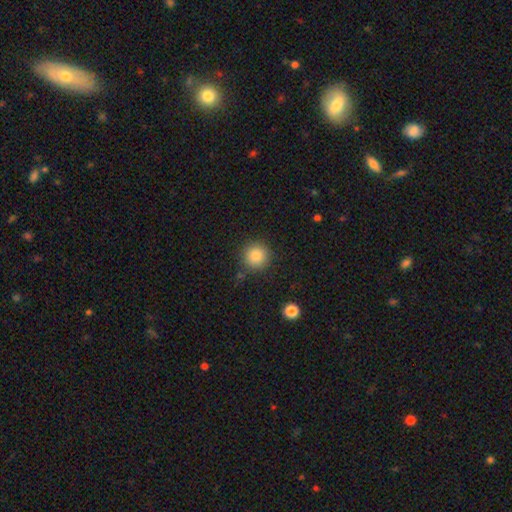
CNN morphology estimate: smooth 85%, star or artifact 10%, featured or disk 5%. Down the decision tree: how rounded — round (95%); merging — none (87%).